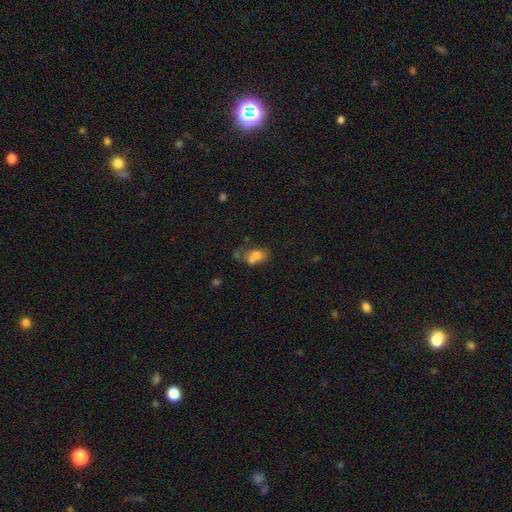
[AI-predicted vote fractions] Smooth or featured?
  - smooth: 66% *
  - featured or disk: 22%
  - star or artifact: 13%
How rounded?
  - in between: 64% *
  - round: 34%
  - cigar-shaped: 2%
Merging?
  - merger: 50% *
  - none: 27%
  - minor disturbance: 13%
  - major disturbance: 9%